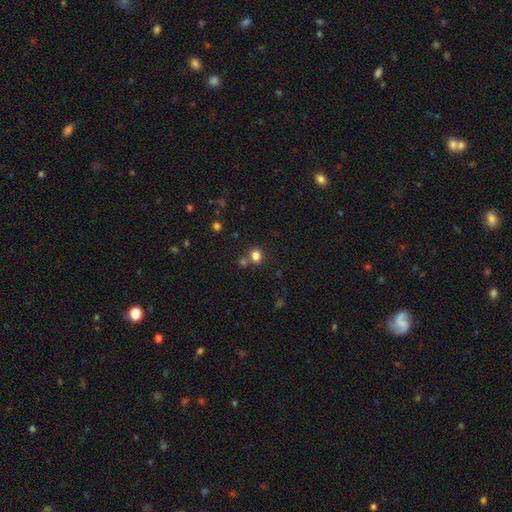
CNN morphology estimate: This is clearly a smooth galaxy (80%). How rounded: likely round (70%). Merging: likely none (64%).